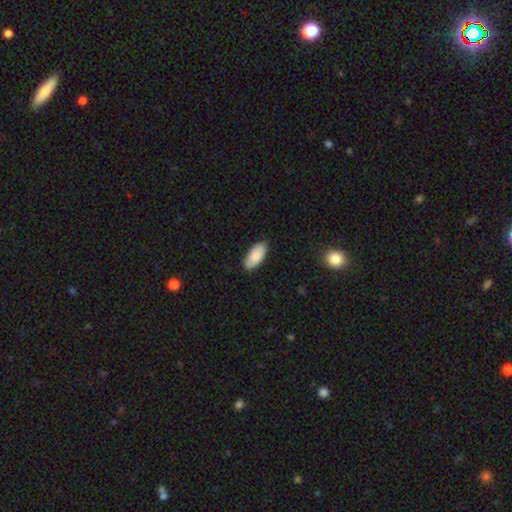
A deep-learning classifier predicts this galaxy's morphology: The model was most divided on "merging": none: 83%, minor disturbance: 14%, major disturbance: 2%, merger: 1%. More confident: how rounded — in between (92%); smooth or featured — smooth (86%).